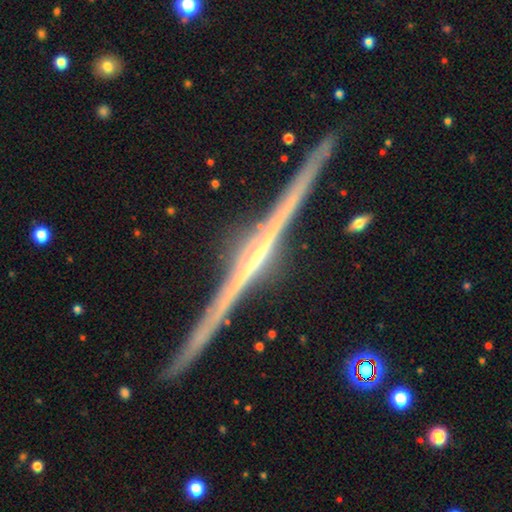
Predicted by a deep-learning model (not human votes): A featured or disk galaxy (90%) viewed edge-on (99%) with a rounded central bulge (46%).

Vote fractions:
- Smooth or featured? featured or disk: 90% / smooth: 5% / star or artifact: 5%
- Edge-on disk? yes: 99% / no: 1%
- Edge-on bulge? rounded: 46% / none: 36% / boxy: 18%
- Merging? none: 91% / minor disturbance: 7% / major disturbance: 1% / merger: 1%